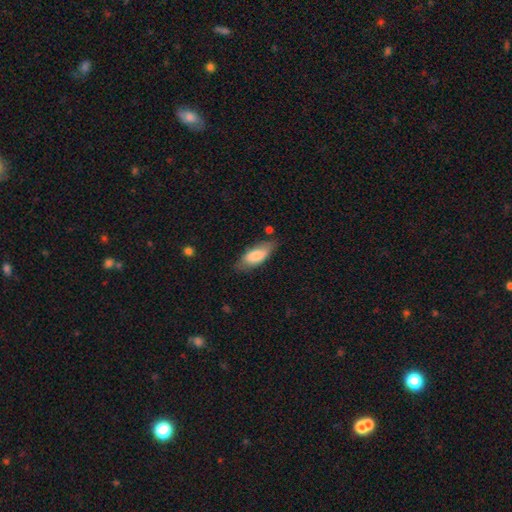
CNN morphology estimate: This appears to be a smooth galaxy with no disk features (79%) that is in between round and cigar-shaped (77%). Merging: none (69%).